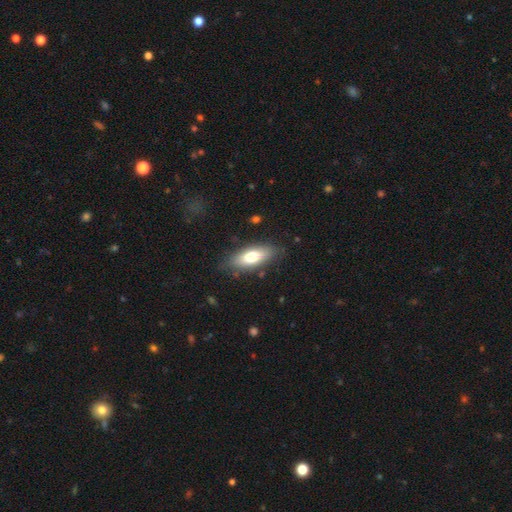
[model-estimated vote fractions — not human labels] smooth_or_featured: smooth (p=0.71) [alt: featured or disk p=0.23]
how_rounded: in between (p=0.76) [alt: cigar-shaped p=0.21]
merging: none (p=0.82) [alt: minor disturbance p=0.13]